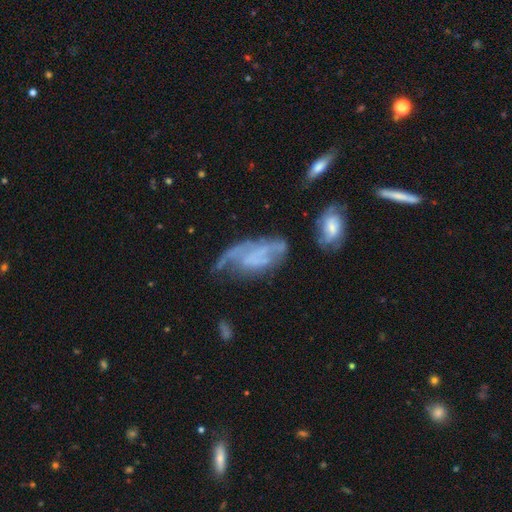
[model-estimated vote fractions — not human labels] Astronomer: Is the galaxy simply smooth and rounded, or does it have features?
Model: featured or disk — 61%.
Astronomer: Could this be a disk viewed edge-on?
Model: no — 92%.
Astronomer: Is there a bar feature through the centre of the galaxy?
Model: no — 70%.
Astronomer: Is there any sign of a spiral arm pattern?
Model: yes — 56% (runner-up: no, 44%).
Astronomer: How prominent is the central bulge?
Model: none — 73%.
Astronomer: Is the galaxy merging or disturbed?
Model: major disturbance — 36% (runner-up: none, 29%).